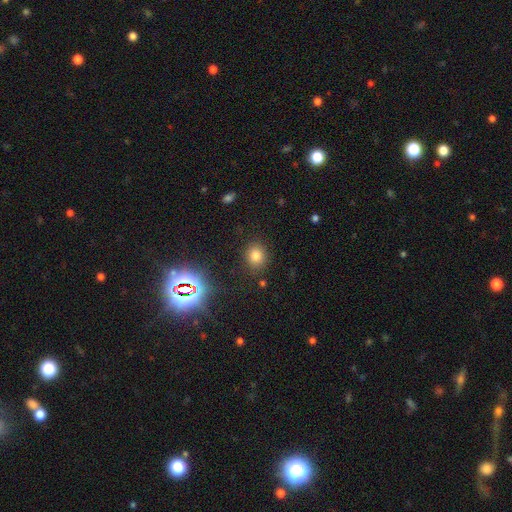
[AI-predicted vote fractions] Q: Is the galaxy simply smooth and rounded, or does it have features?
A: smooth — 76%.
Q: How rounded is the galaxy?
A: round — 67%.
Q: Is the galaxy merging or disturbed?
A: none — 86%.